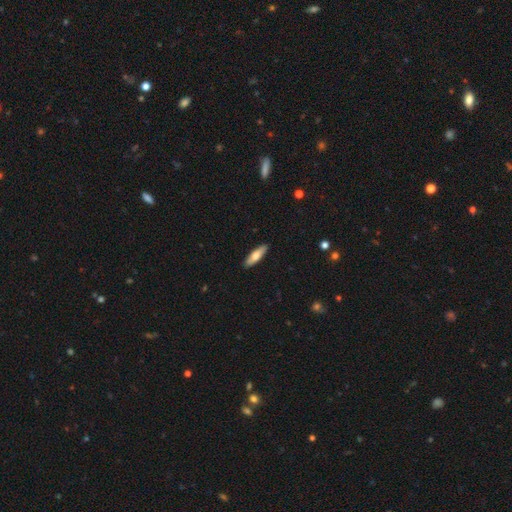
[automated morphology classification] smooth-or-featured: smooth: 69% | featured or disk: 26% | star or artifact: 5%
  how-rounded: cigar-shaped: 62% | in between: 36% | round: 2%
  merging: none: 90% | minor disturbance: 7% | major disturbance: 1% | merger: 1%